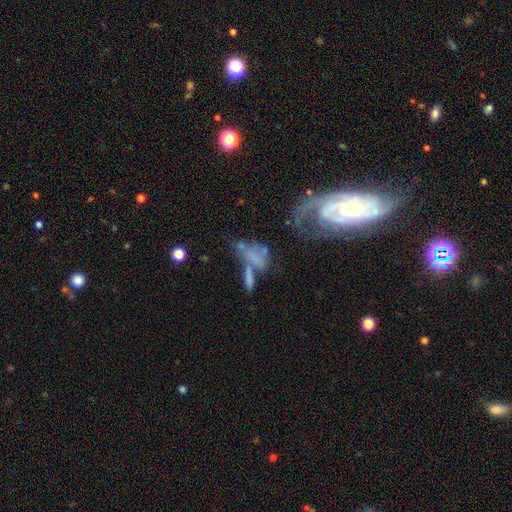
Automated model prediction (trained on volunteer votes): smooth-or-featured: smooth: 43% | featured or disk: 42% | star or artifact: 15%
  merging: merger: 39% | major disturbance: 26% | none: 22% | minor disturbance: 13%